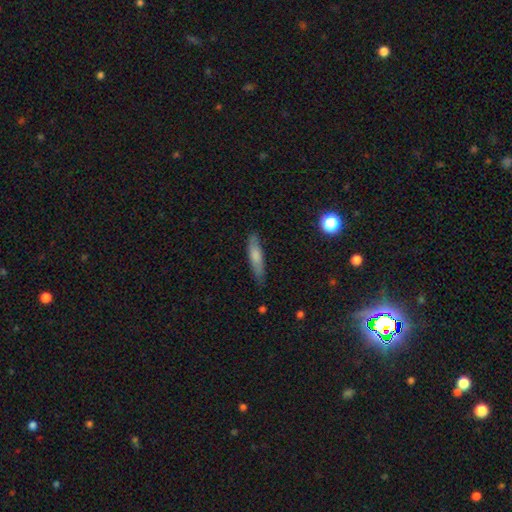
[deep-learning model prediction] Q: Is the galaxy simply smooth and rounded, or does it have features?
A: smooth — 70%.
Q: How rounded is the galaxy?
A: cigar-shaped — 75%.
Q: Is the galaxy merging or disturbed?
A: none — 81%.